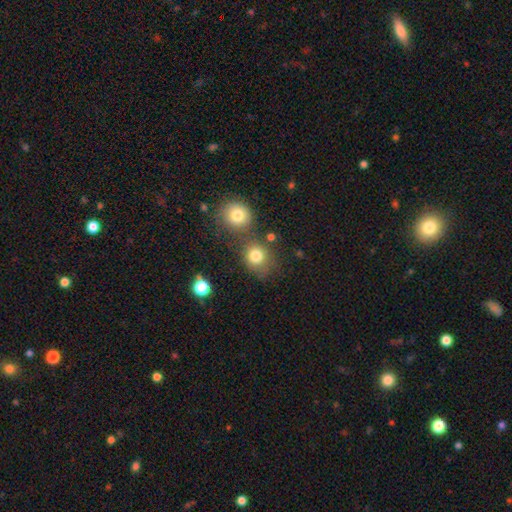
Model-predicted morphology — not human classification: This appears to be a smooth galaxy with no disk features (80%) that is round (80%). Merging: none (60%).